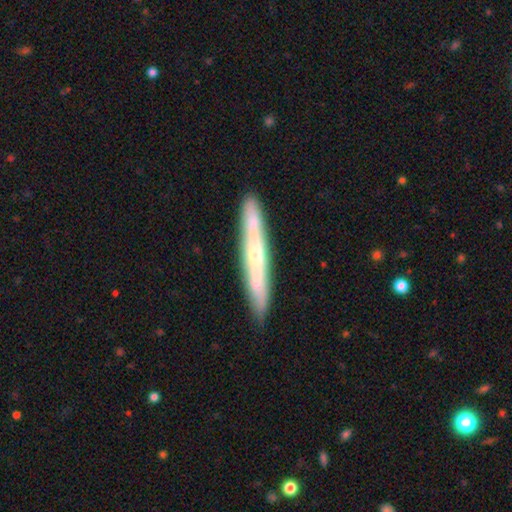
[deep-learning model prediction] featured or disk 60%, smooth 35%, star or artifact 6%. Down the decision tree: edge-on disk — yes (88%); edge-on bulge — rounded (56%); merging — none (88%).